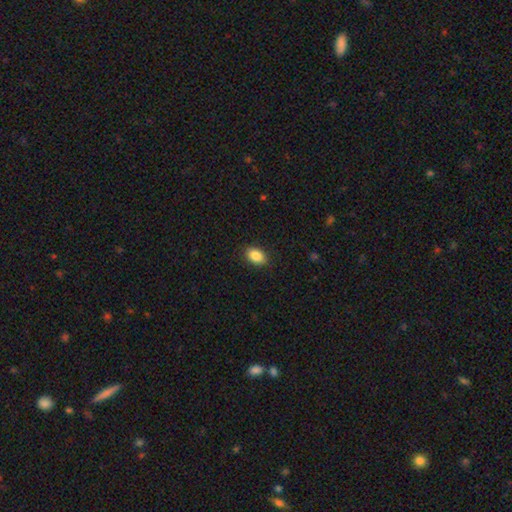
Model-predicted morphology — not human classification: This appears to be a smooth galaxy with no disk features (87%) that is in between round and cigar-shaped (85%). Merging: none (88%).